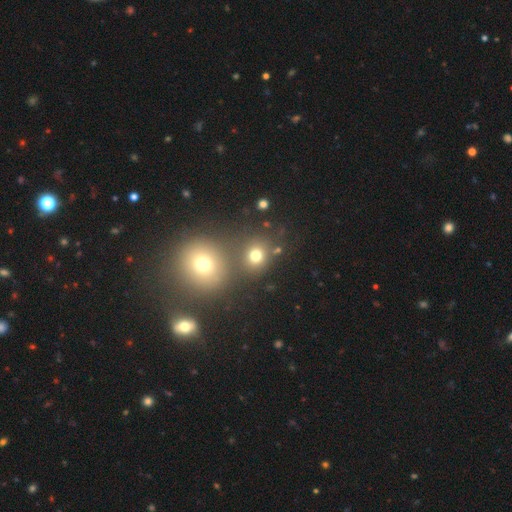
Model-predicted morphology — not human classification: Smooth or featured? smooth (73%)
How rounded? round (81%)
Merging? none (65%)